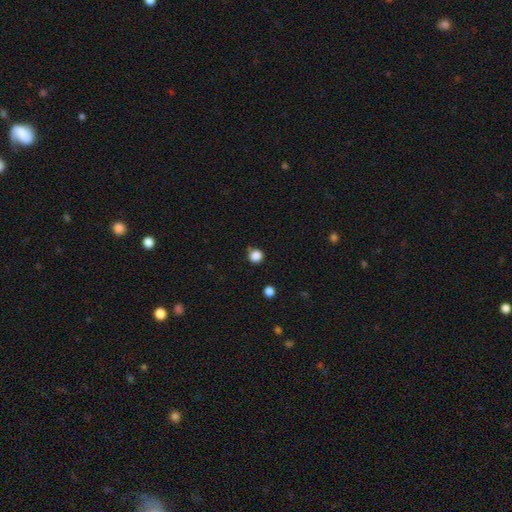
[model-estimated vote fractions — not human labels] Smooth or featured? Predicted: smooth (p=0.85). How rounded? Predicted: round (p=0.93). Merging? Predicted: none (p=0.82).